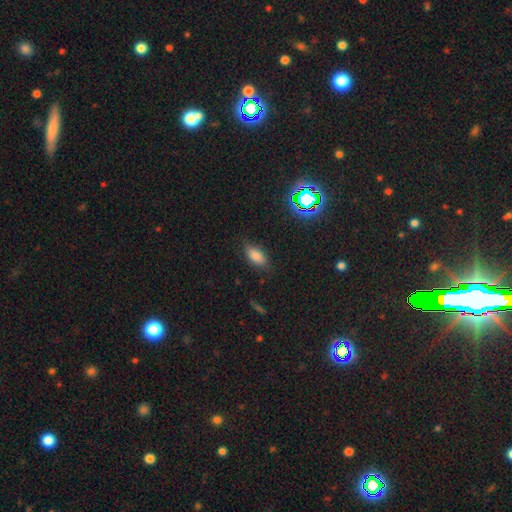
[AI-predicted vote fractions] A smooth galaxy with no disk features (80%) that is in between round and cigar-shaped (89%).

Vote fractions:
- Smooth or featured? smooth: 80% / star or artifact: 13% / featured or disk: 7%
- How rounded? in between: 89% / cigar-shaped: 7% / round: 4%
- Merging? none: 79% / minor disturbance: 16% / major disturbance: 4% / merger: 1%